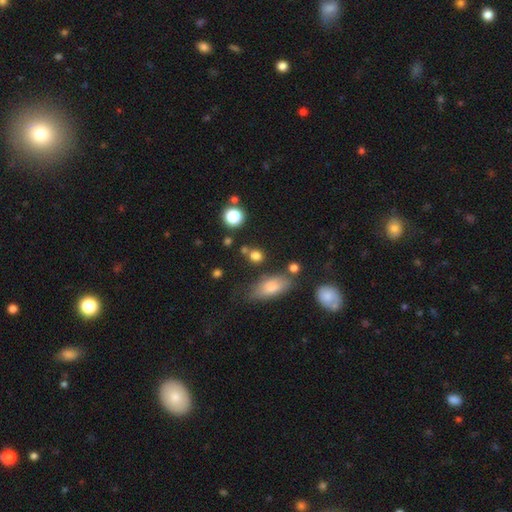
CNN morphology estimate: The model was most divided on "how rounded": round: 72%, in between: 25%, cigar-shaped: 3%. More confident: smooth or featured — smooth (76%); merging — none (66%).